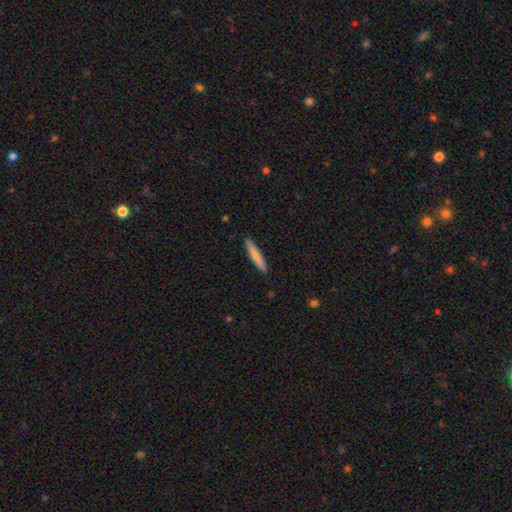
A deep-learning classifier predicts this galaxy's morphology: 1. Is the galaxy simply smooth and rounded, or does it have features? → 75% smooth, 20% featured or disk, 5% star or artifact.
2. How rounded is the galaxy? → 94% cigar-shaped, 5% in between, 1% round.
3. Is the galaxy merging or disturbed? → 91% none, 6% minor disturbance, 1% major disturbance, 1% merger.